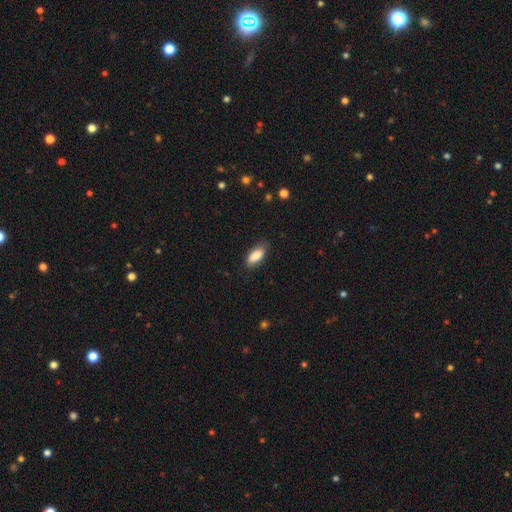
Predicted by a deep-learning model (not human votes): Smooth or featured?
  - smooth: 86% *
  - featured or disk: 8%
  - star or artifact: 7%
How rounded?
  - in between: 86% *
  - cigar-shaped: 11%
  - round: 3%
Merging?
  - none: 78% *
  - minor disturbance: 17%
  - major disturbance: 3%
  - merger: 1%